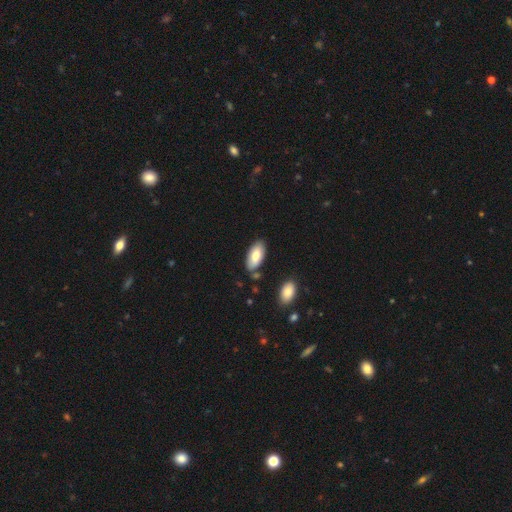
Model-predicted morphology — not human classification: A smooth galaxy with no disk features (80%) that is in between round and cigar-shaped (92%).

Vote fractions:
- Smooth or featured? smooth: 80% / featured or disk: 14% / star or artifact: 6%
- How rounded? in between: 92% / cigar-shaped: 6% / round: 2%
- Merging? none: 80% / minor disturbance: 13% / merger: 4% / major disturbance: 2%